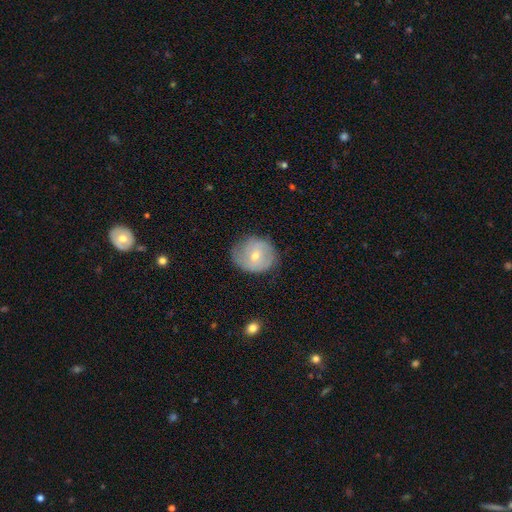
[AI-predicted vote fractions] Q: Smooth or featured?
A: smooth (49%); runner-up: featured or disk (45%)
Q: Merging?
A: none (64%); runner-up: minor disturbance (27%)